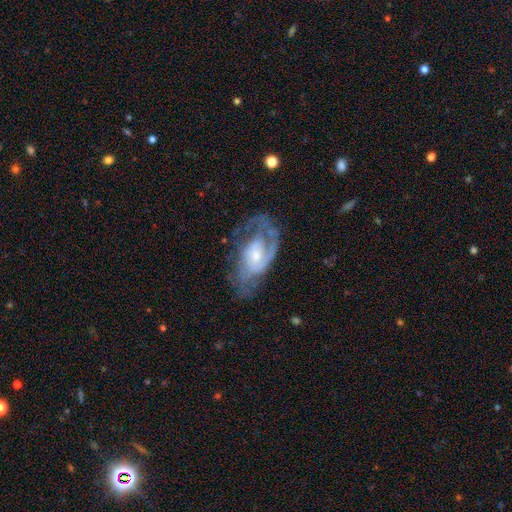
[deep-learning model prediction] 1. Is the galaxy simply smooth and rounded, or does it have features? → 79% featured or disk, 15% smooth, 6% star or artifact.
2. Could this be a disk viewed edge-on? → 95% no, 5% yes.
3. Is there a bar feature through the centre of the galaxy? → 57% no, 36% weak, 7% strong.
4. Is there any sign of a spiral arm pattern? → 89% yes, 11% no.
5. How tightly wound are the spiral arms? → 44% medium, 36% tight, 21% loose.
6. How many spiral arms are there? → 38% 2, 28% 1, 22% can't tell, 7% 3, 2% 4, 2% more than 4.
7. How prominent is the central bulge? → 47% moderate, 42% small, 7% large, 3% none, 1% dominant.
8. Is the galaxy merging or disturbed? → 50% none, 26% major disturbance, 22% minor disturbance, 2% merger.